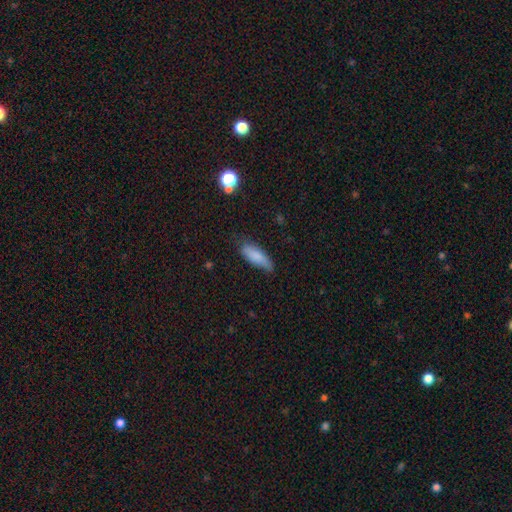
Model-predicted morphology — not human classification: smooth 83%, featured or disk 10%, star or artifact 7%. Down the decision tree: how rounded — in between (62%); merging — none (69%).